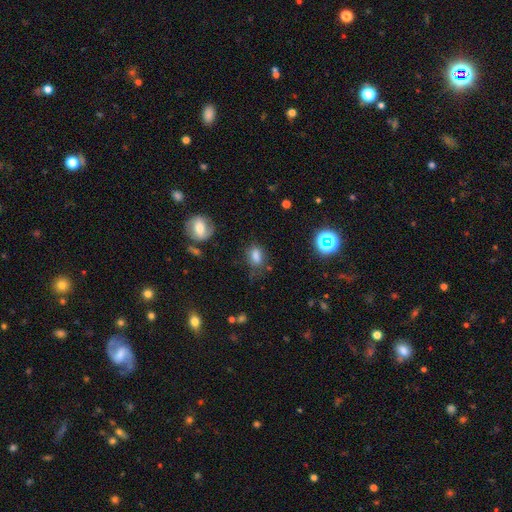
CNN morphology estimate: smooth_or_featured: smooth (p=0.77) [alt: star or artifact p=0.14]
how_rounded: in between (p=0.78) [alt: round p=0.19]
merging: none (p=0.61) [alt: minor disturbance p=0.24]